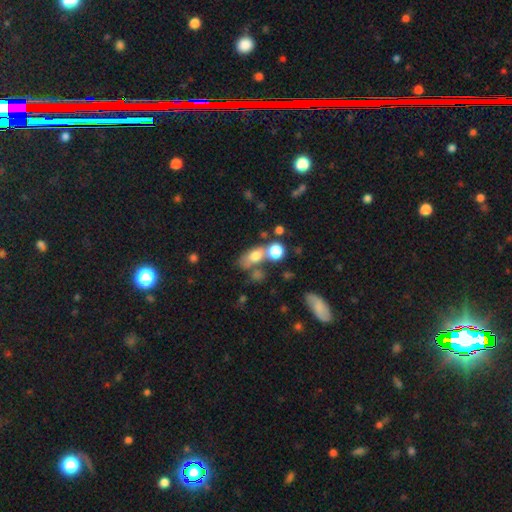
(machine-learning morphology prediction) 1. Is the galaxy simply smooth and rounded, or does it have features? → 68% smooth, 20% featured or disk, 12% star or artifact.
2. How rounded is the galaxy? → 68% in between, 24% round, 8% cigar-shaped.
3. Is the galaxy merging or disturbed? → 39% none, 37% merger, 15% minor disturbance, 9% major disturbance.